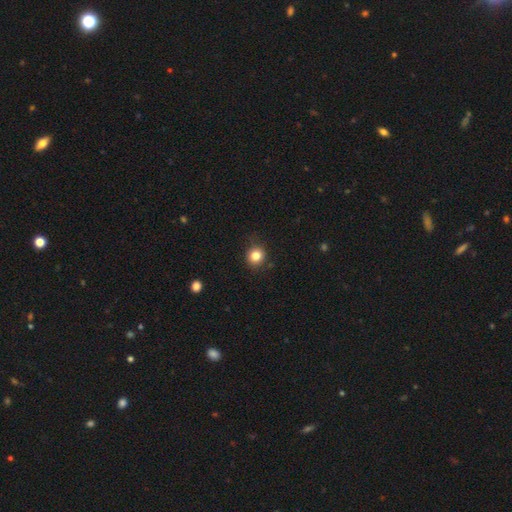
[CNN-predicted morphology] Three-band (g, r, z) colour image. It shows a smooth galaxy with no disk features (82%) that is round (88%). Merging: none (86%).